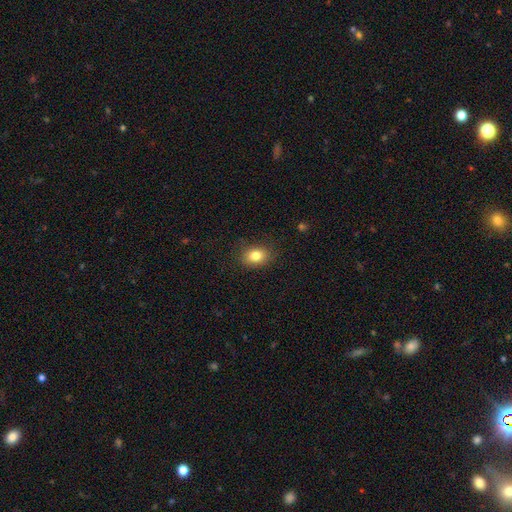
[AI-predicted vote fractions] smooth_or_featured: smooth (p=0.82) [alt: star or artifact p=0.10]
how_rounded: in between (p=0.69) [alt: round p=0.29]
merging: none (p=0.84) [alt: minor disturbance p=0.12]